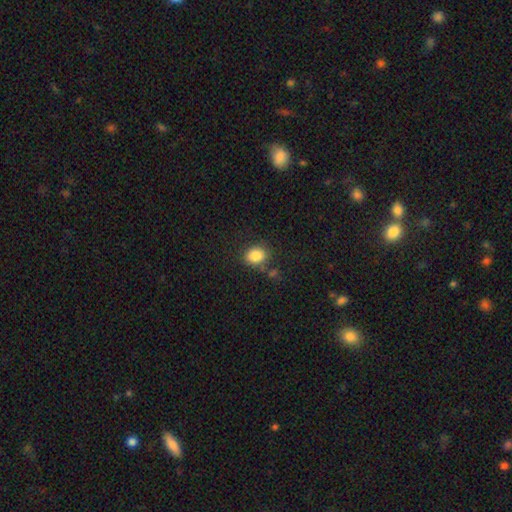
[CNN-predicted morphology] A smooth galaxy with no disk features (86%) that is in between round and cigar-shaped (52%). Merging: none (74%).